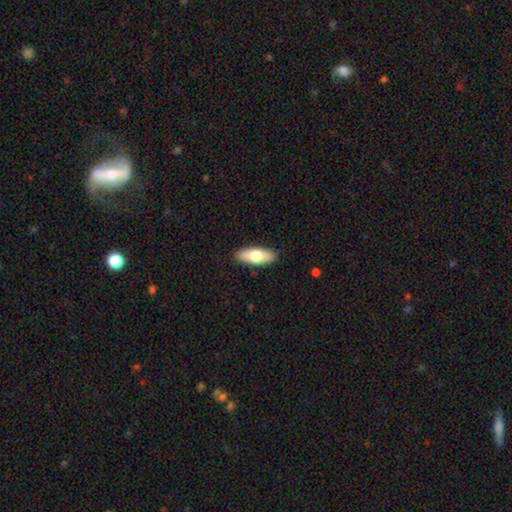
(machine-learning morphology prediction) Smooth or featured?
  - smooth: 68% *
  - featured or disk: 26%
  - star or artifact: 6%
How rounded?
  - in between: 73% *
  - cigar-shaped: 24%
  - round: 2%
Merging?
  - none: 89% *
  - minor disturbance: 9%
  - major disturbance: 2%
  - merger: 1%